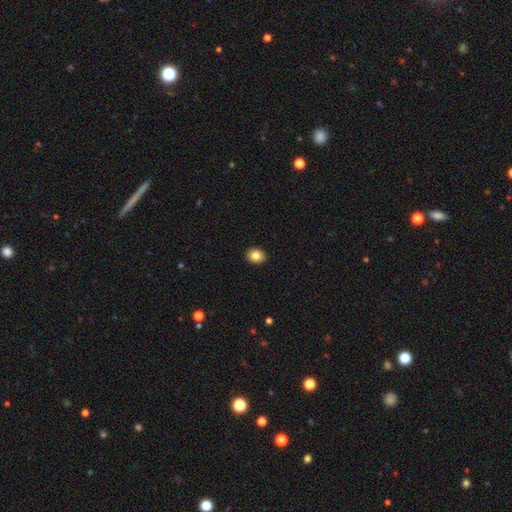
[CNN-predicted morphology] smooth 84%, star or artifact 9%, featured or disk 8%. Down the decision tree: how rounded — in between (53%); merging — none (92%).